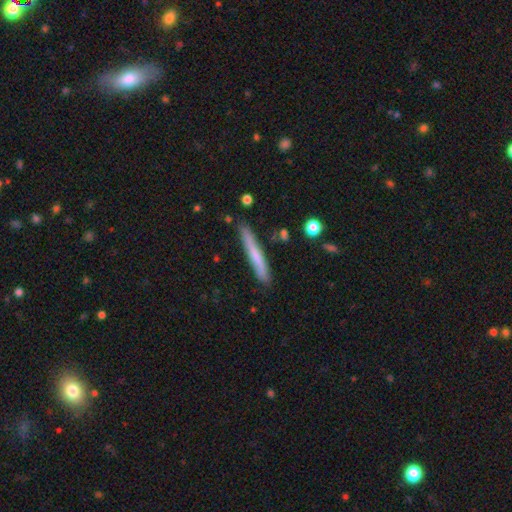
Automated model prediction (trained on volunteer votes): smooth 63%, featured or disk 31%, star or artifact 6%. Down the decision tree: how rounded — cigar-shaped (96%); merging — none (85%).